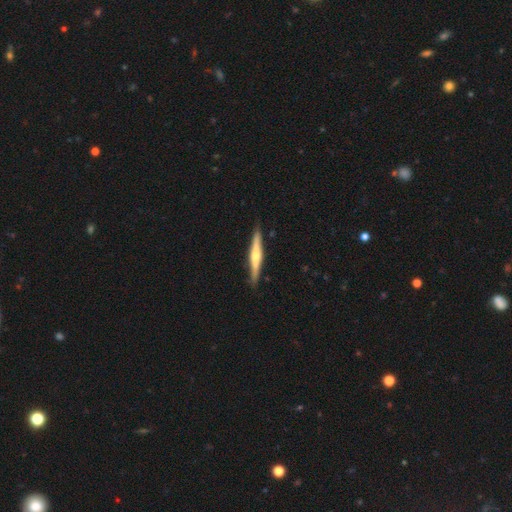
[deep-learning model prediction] A featured or disk galaxy (65%) viewed edge-on (97%) with a rounded central bulge (81%). Merging: none (89%).